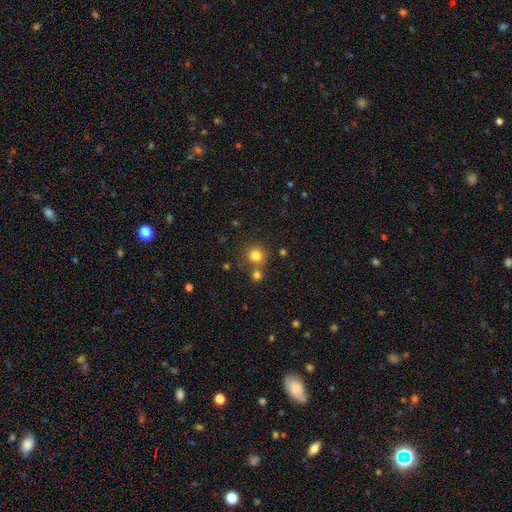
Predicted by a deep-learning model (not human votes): Morphology: type=smooth (80%); roundness=round (92%); merging=none (69%).